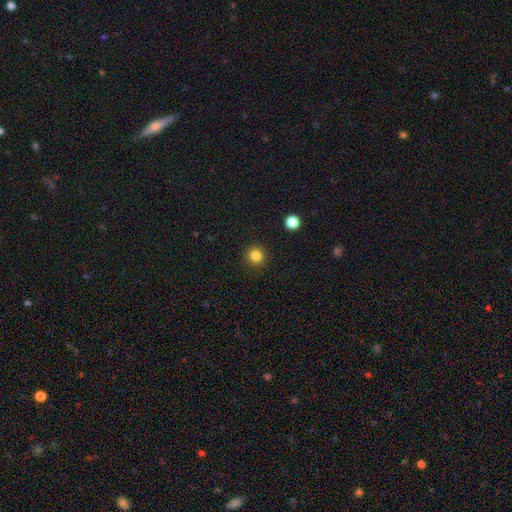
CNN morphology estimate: Smooth or featured? Predicted: smooth (p=0.84). How rounded? Predicted: round (p=0.95). Merging? Predicted: none (p=0.92).